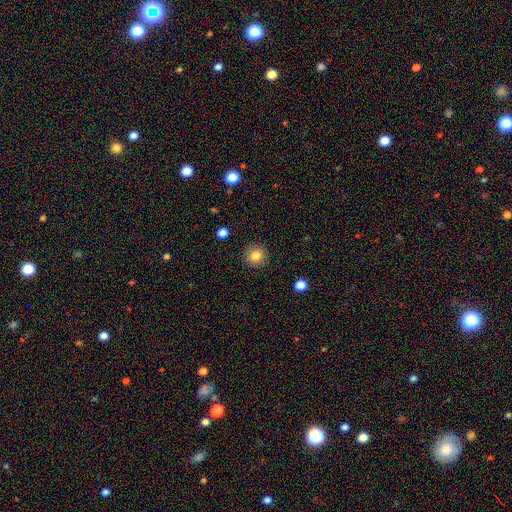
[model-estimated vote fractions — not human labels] This appears to be a smooth galaxy with no disk features (83%) that is round (91%). Merging: none (90%).